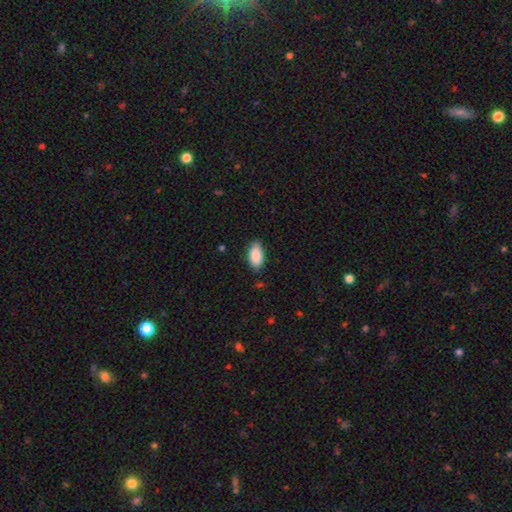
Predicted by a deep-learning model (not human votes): Overall: smooth (85%). How rounded: in between (91%). Merging: none (85%).